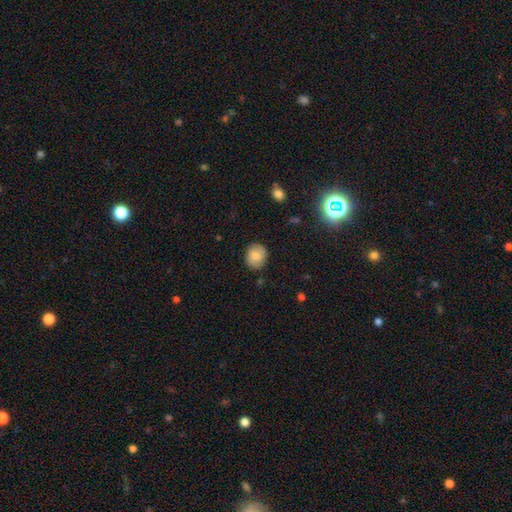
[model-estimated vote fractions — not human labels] Smooth or featured? smooth (79%)
How rounded? round (65%)
Merging? none (84%)